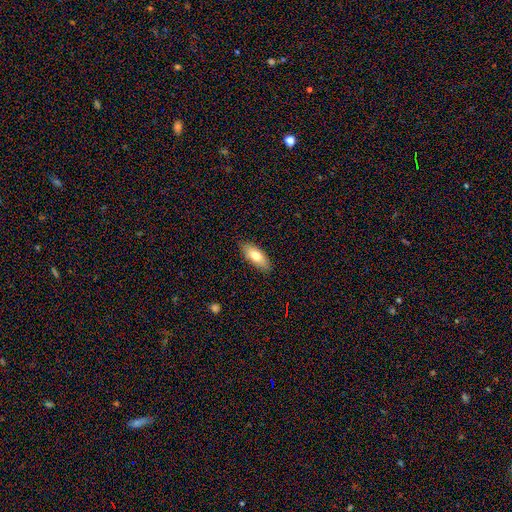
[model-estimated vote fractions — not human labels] The model was most divided on "smooth or featured": smooth: 74%, featured or disk: 19%, star or artifact: 7%. More confident: merging — none (87%); how rounded — in between (81%).